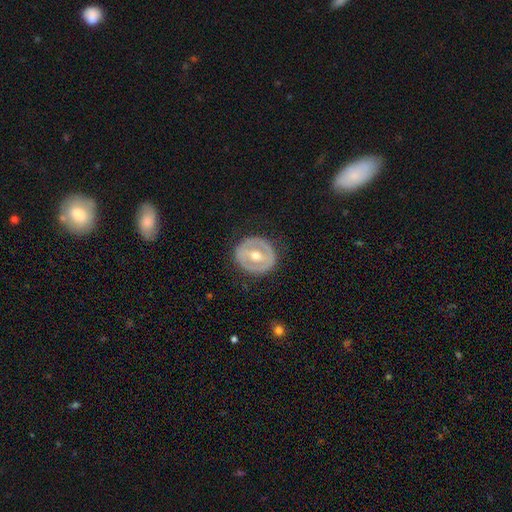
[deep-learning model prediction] A featured or disk galaxy (63%) with a strong bar (36%), no spiral arms (84%) and a moderate central bulge (75%). Merging: none (86%).